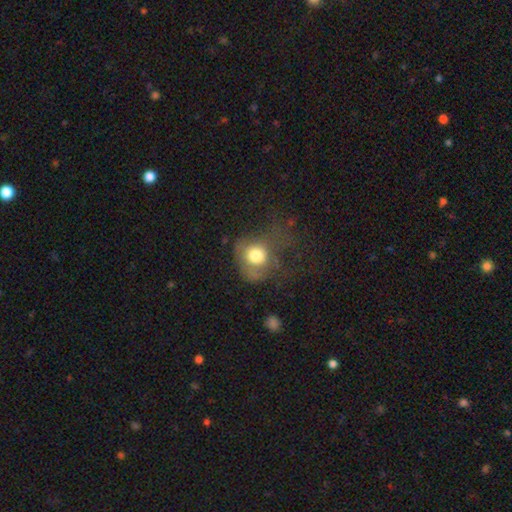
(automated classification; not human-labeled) smooth_or_featured: smooth (p=0.71) [alt: featured or disk p=0.18]
how_rounded: round (p=0.72) [alt: in between p=0.27]
merging: major disturbance (p=0.40) [alt: none p=0.32]